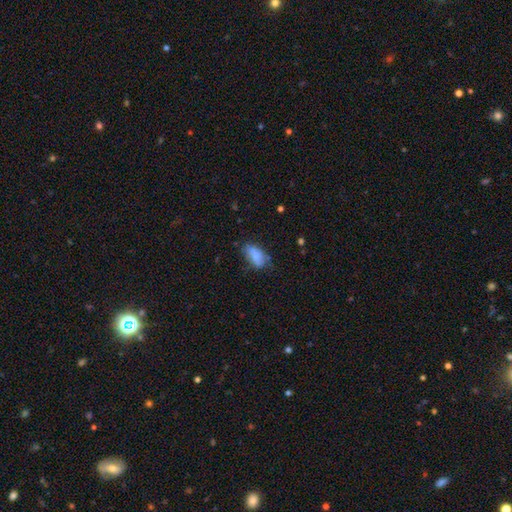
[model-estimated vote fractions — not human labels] Smooth or featured: smooth — 81% (featured or disk — 11%)
How rounded: in between — 91% (cigar-shaped — 5%)
Merging: none — 57% (minor disturbance — 30%)